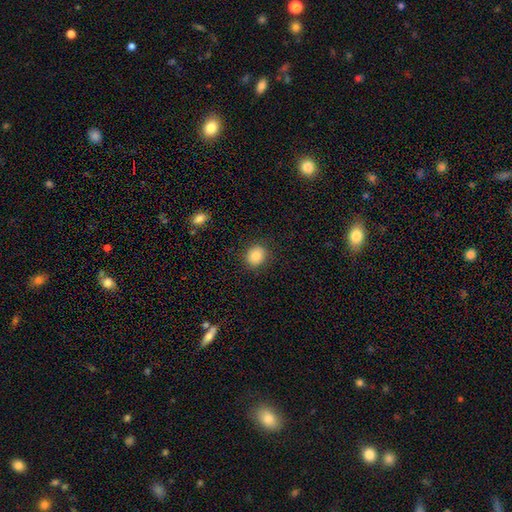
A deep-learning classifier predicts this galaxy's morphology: Smooth or featured? Predicted: smooth (p=0.84). How rounded? Predicted: round (p=0.69). Merging? Predicted: none (p=0.87).